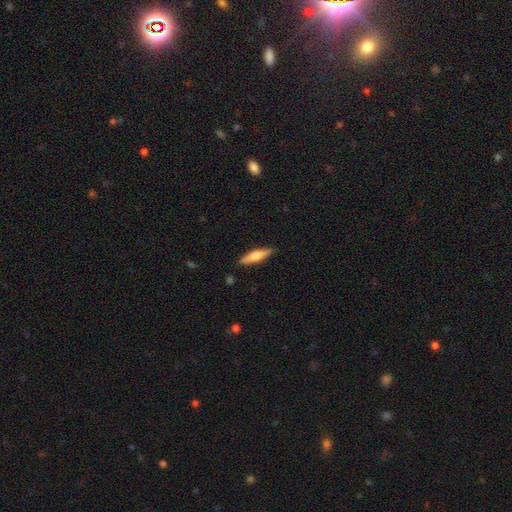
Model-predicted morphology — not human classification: type=smooth (62%); roundness=cigar-shaped (75%); merging=none (87%).